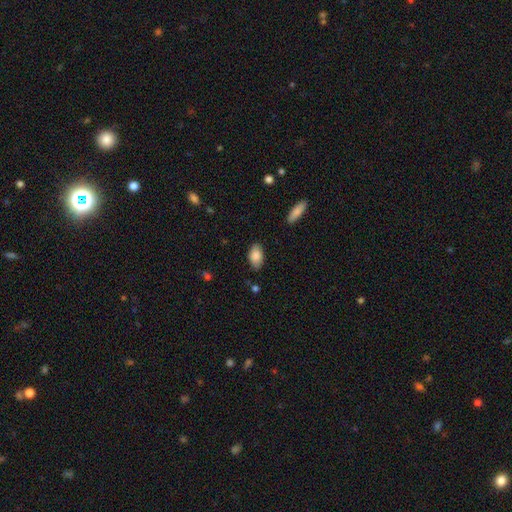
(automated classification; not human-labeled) Q: Smooth or featured?
A: smooth (87%); runner-up: featured or disk (7%)
Q: How rounded?
A: in between (93%); runner-up: round (4%)
Q: Merging?
A: none (82%); runner-up: minor disturbance (14%)